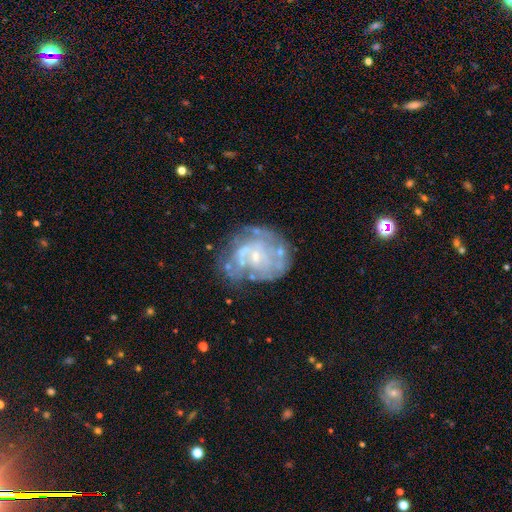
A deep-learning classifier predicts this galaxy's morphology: This appears to be a featured or disk galaxy (77%) with no bar (74%), tight (58%) spiral arms (67%) and a small central bulge (74%). Merging: none (55%).